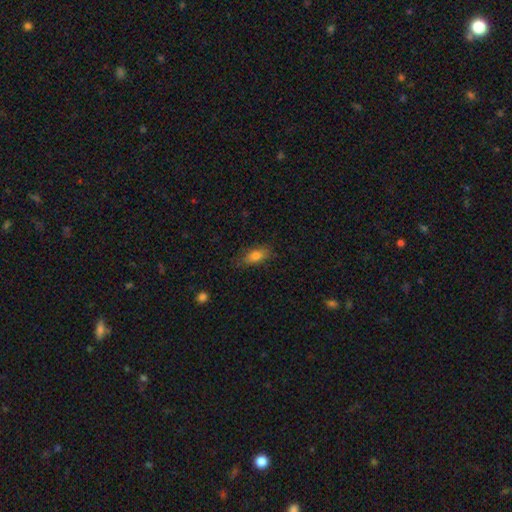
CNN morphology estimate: smooth 78%, featured or disk 14%, star or artifact 9%. Down the decision tree: how rounded — in between (81%); merging — none (77%).